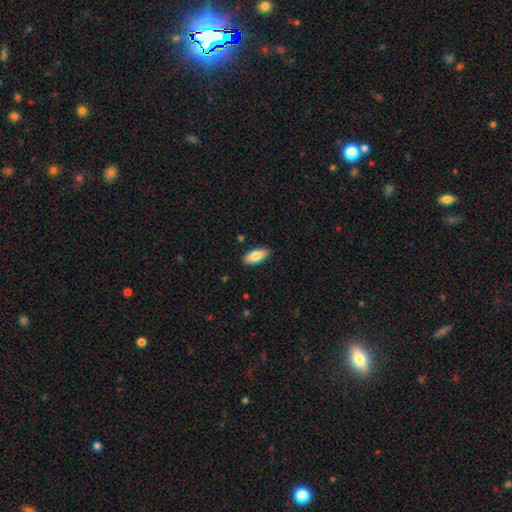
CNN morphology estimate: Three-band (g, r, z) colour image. It shows a smooth galaxy with no disk features (79%) that is in between round and cigar-shaped (87%). Merging: none (88%).